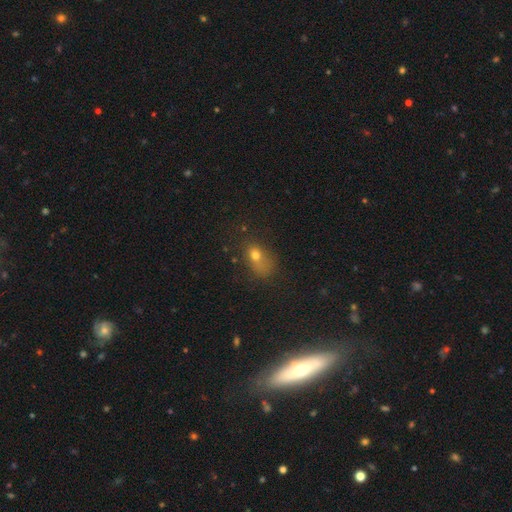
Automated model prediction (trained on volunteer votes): Overall: smooth (68%). How rounded: in between (65%; round 33%). Merging: none (40%; minor disturbance 27%).